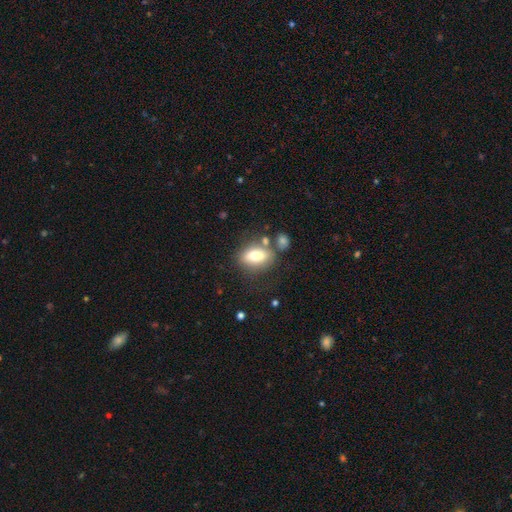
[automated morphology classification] This is likely a smooth galaxy (71%). How rounded: clearly in between (83%). Merging: possibly none (60%).